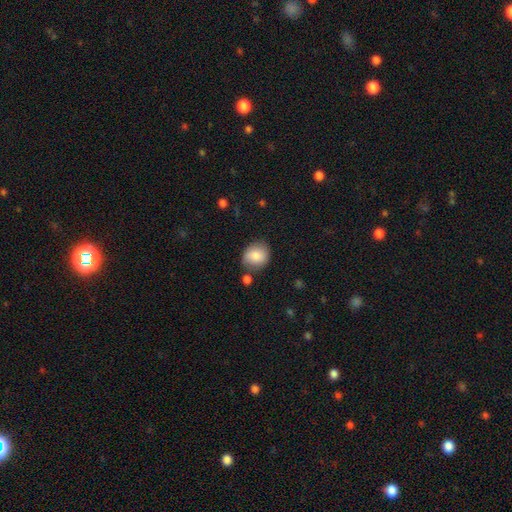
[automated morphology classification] This appears to be a smooth galaxy with no disk features (82%) that is round (72%). Merging: none (73%).